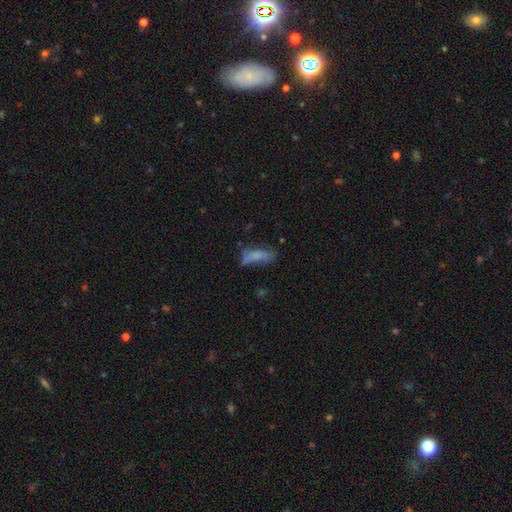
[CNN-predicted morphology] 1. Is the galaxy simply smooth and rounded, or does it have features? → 60% smooth, 27% featured or disk, 12% star or artifact.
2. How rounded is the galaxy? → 54% in between, 43% cigar-shaped, 3% round.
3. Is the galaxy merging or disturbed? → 41% none, 27% minor disturbance, 23% major disturbance, 9% merger.